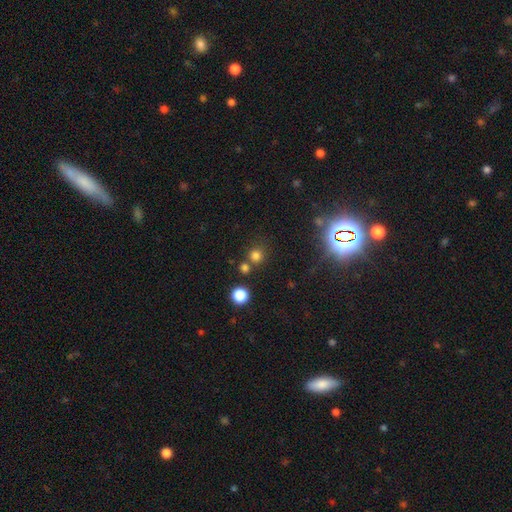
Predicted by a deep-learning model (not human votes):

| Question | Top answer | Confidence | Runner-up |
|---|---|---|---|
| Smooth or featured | smooth | 73% | star or artifact (21%) |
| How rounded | round | 91% | in between (8%) |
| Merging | none | 72% | merger (17%) |